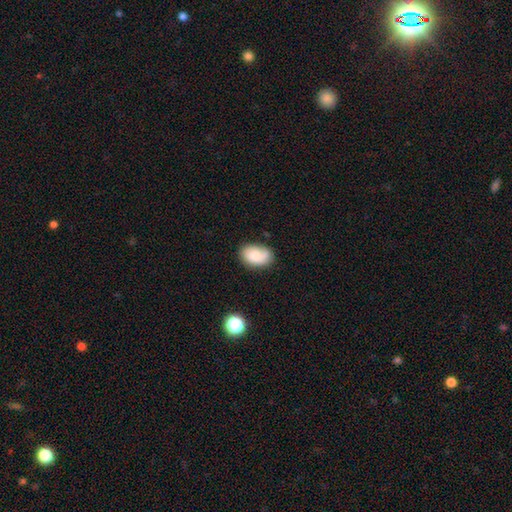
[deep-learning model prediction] smooth-or-featured: smooth: 75% | featured or disk: 17% | star or artifact: 8%
  how-rounded: in between: 87% | round: 12% | cigar-shaped: 1%
  merging: none: 65% | minor disturbance: 23% | major disturbance: 7% | merger: 5%